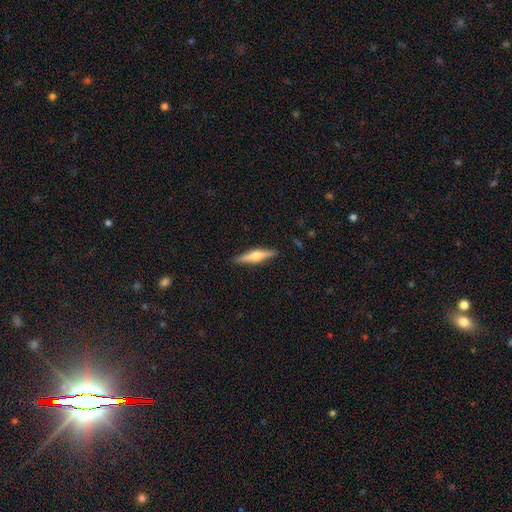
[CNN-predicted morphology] featured or disk 58%, smooth 36%, star or artifact 6%. Down the decision tree: edge-on disk — yes (97%); edge-on bulge — rounded (89%); merging — none (90%).